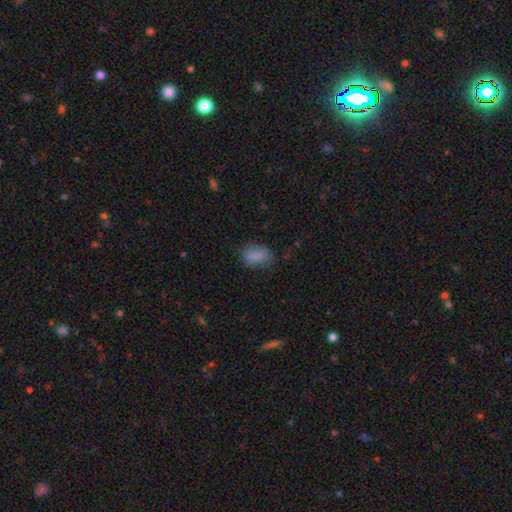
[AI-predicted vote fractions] Smooth or featured? smooth (82%)
How rounded? in between (87%)
Merging? none (67%)